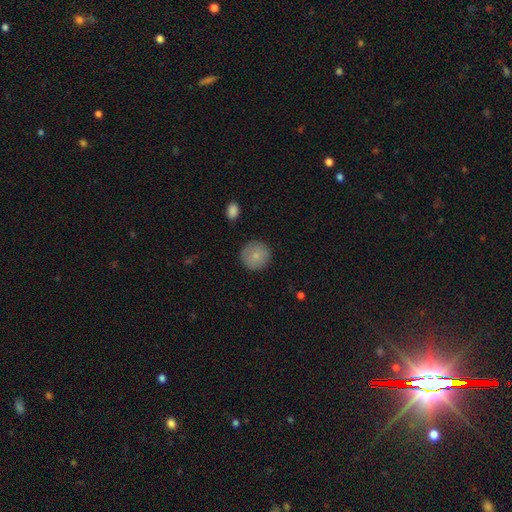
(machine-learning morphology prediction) Smooth or featured? Predicted: smooth (p=0.81). How rounded? Predicted: round (p=0.95). Merging? Predicted: none (p=0.89).